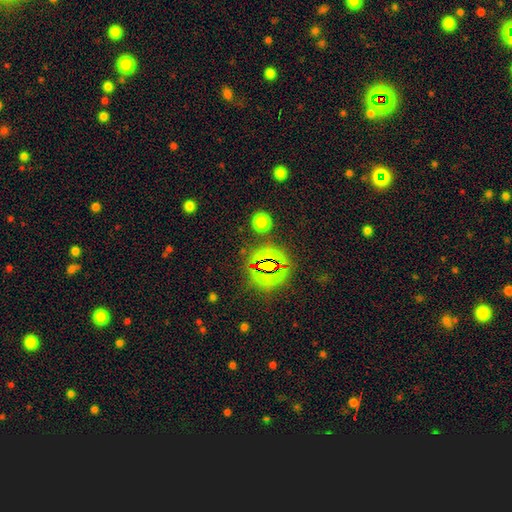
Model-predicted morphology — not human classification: The model was most divided on "smooth or featured": star or artifact: 73%, smooth: 20%, featured or disk: 8%.